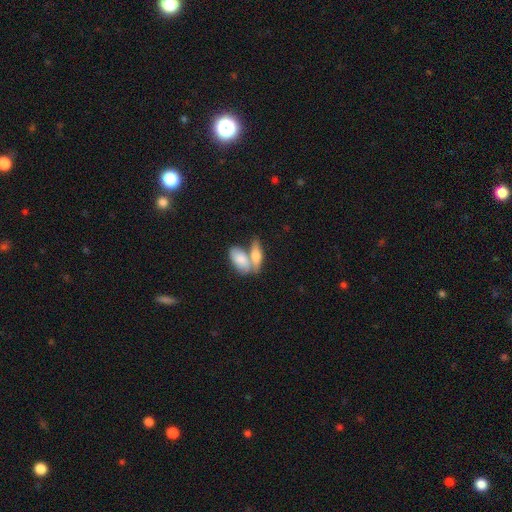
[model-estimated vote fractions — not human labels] A smooth galaxy with no disk features (73%) that is in between round and cigar-shaped (82%).

Vote fractions:
- Smooth or featured? smooth: 73% / featured or disk: 22% / star or artifact: 6%
- How rounded? in between: 82% / cigar-shaped: 13% / round: 5%
- Merging? merger: 59% / none: 28% / minor disturbance: 9% / major disturbance: 4%